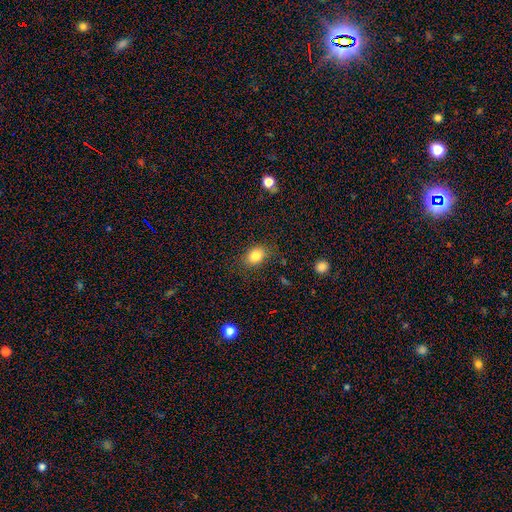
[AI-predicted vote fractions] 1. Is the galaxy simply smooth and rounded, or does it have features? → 83% smooth, 10% star or artifact, 7% featured or disk.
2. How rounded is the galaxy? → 72% in between, 27% round, 1% cigar-shaped.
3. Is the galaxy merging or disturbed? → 81% none, 13% minor disturbance, 4% major disturbance, 1% merger.